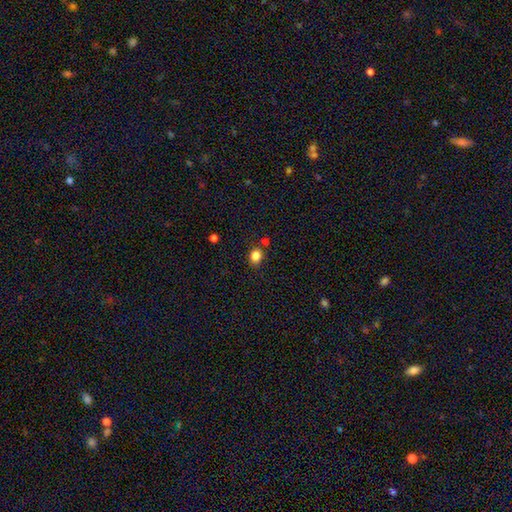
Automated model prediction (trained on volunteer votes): Overall: smooth (83%). How rounded: round (62%; in between 37%). Merging: none (78%).